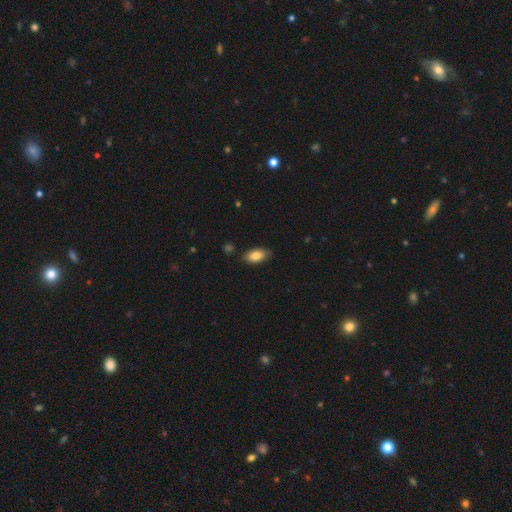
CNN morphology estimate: Overall: smooth (83%). How rounded: in between (92%). Merging: none (84%).